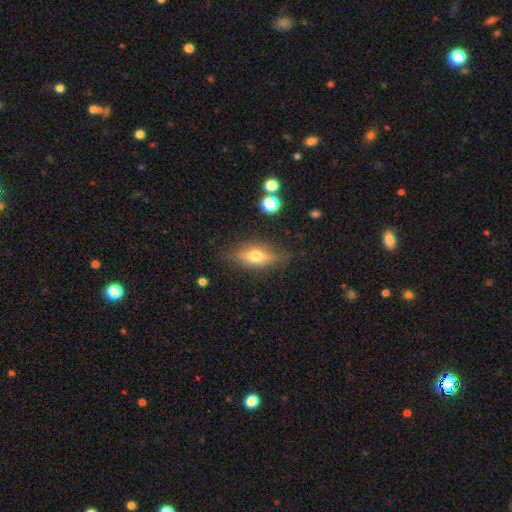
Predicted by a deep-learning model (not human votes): featured or disk 47%, smooth 44%, star or artifact 9%. Down the decision tree: merging — none (79%).